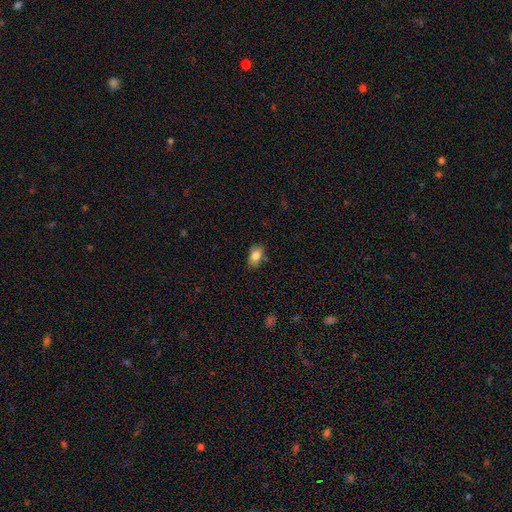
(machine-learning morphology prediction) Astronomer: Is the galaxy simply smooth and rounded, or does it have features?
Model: smooth — 82%.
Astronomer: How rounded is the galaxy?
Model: in between — 84%.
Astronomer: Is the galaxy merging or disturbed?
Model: none — 77%.